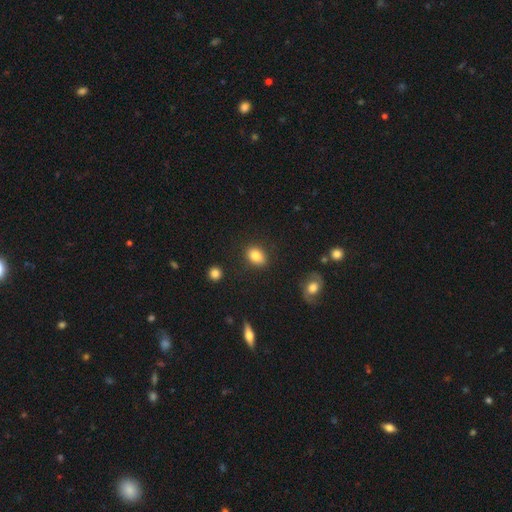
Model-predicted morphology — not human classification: type=smooth (83%); roundness=in between (65%); merging=none (85%).